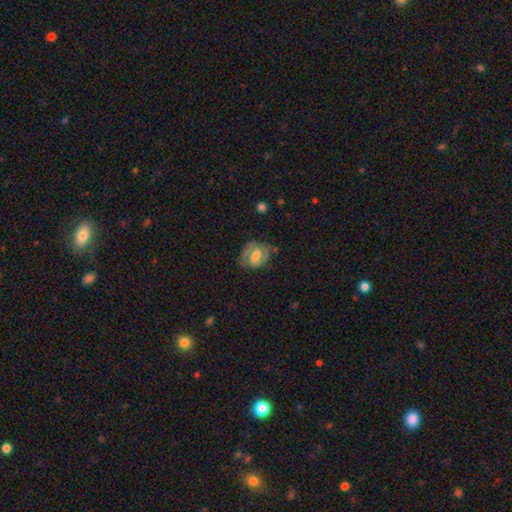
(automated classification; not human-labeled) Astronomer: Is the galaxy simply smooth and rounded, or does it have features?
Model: featured or disk — 65%.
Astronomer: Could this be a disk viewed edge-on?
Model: no — 96%.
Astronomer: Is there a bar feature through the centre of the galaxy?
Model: weak — 49% (runner-up: strong, 27%).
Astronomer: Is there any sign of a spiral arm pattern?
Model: yes — 82%.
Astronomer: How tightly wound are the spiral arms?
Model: medium — 45% (runner-up: tight, 41%).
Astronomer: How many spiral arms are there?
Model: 2 — 78%.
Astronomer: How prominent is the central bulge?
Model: moderate — 46% (runner-up: large, 22%).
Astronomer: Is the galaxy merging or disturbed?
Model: none — 67%.